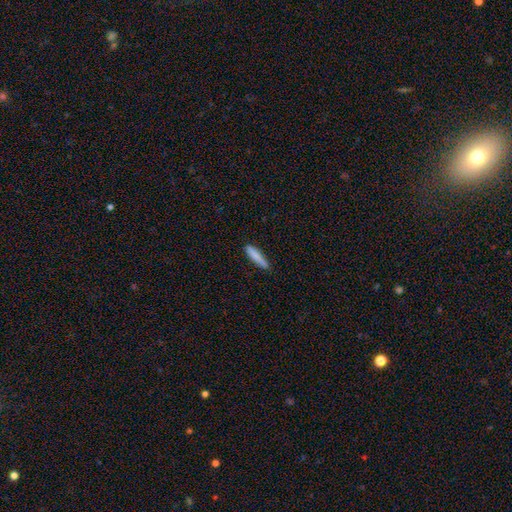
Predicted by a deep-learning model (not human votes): Smooth or featured: smooth — 83% (featured or disk — 11%)
How rounded: cigar-shaped — 87% (in between — 11%)
Merging: none — 83% (minor disturbance — 13%)